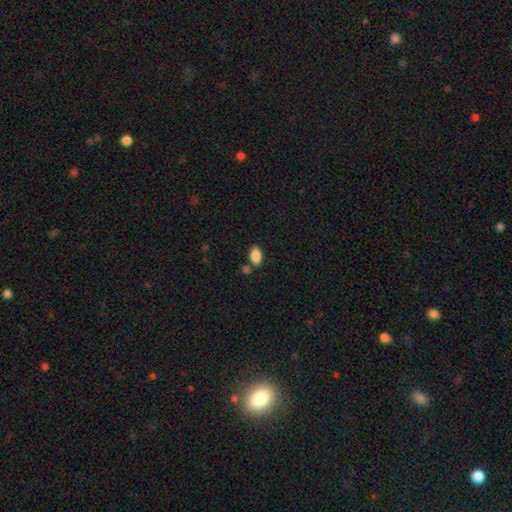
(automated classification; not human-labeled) Overall: smooth (88%). How rounded: in between (93%). Merging: none (71%).